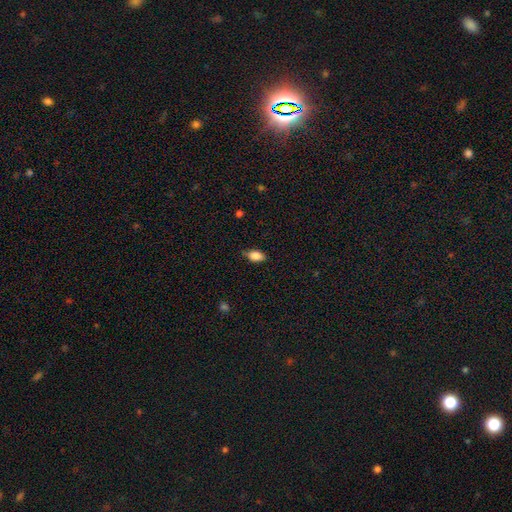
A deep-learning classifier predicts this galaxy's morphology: smooth 85%, star or artifact 8%, featured or disk 7%. Down the decision tree: how rounded — in between (90%); merging — none (77%).